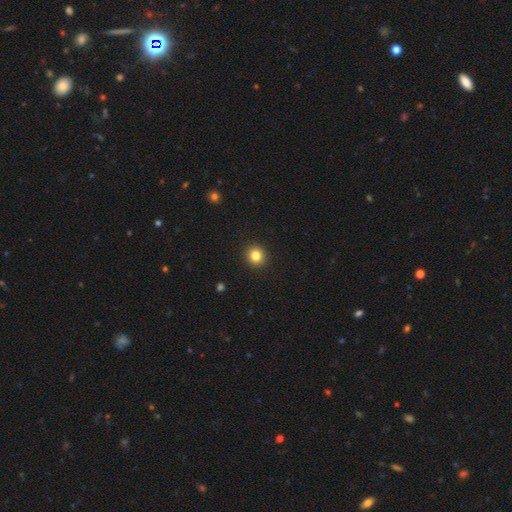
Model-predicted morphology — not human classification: smooth 83%, star or artifact 11%, featured or disk 6%. Down the decision tree: how rounded — round (92%); merging — none (93%).